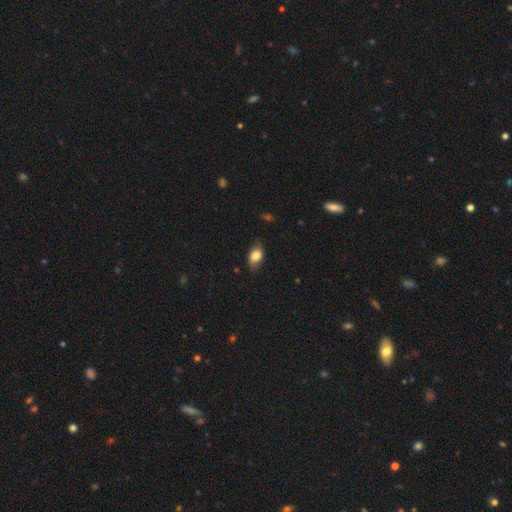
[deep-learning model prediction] smooth-or-featured: smooth: 82% | featured or disk: 10% | star or artifact: 8%
  how-rounded: in between: 85% | round: 13% | cigar-shaped: 2%
  merging: none: 76% | minor disturbance: 19% | major disturbance: 4% | merger: 1%